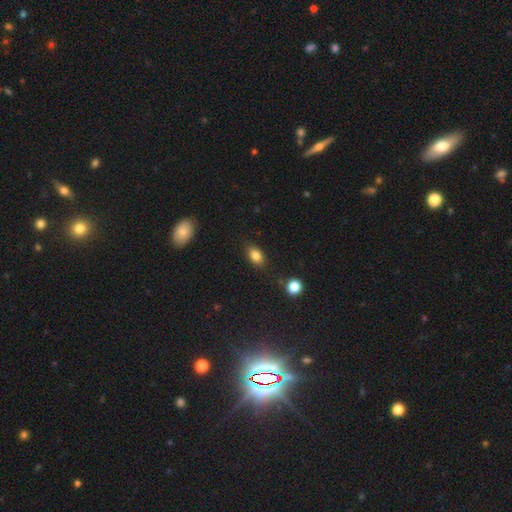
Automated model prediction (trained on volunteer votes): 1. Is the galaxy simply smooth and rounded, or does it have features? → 82% smooth, 10% star or artifact, 8% featured or disk.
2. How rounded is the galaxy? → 82% in between, 16% round, 2% cigar-shaped.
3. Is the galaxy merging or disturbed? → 83% none, 12% minor disturbance, 3% major disturbance, 2% merger.